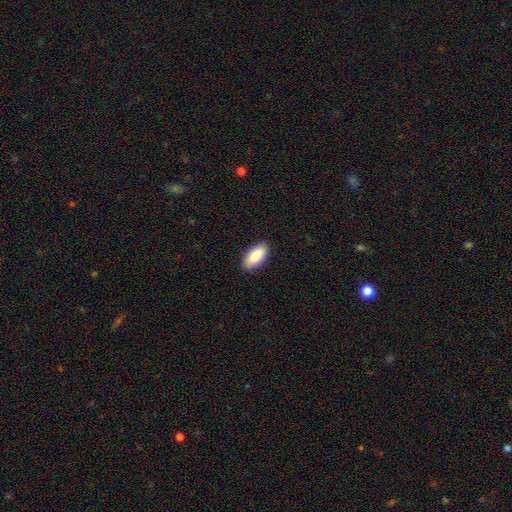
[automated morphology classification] The model was most divided on "merging": none: 89%, minor disturbance: 8%, major disturbance: 2%, merger: 1%. More confident: how rounded — in between (93%); smooth or featured — smooth (89%).